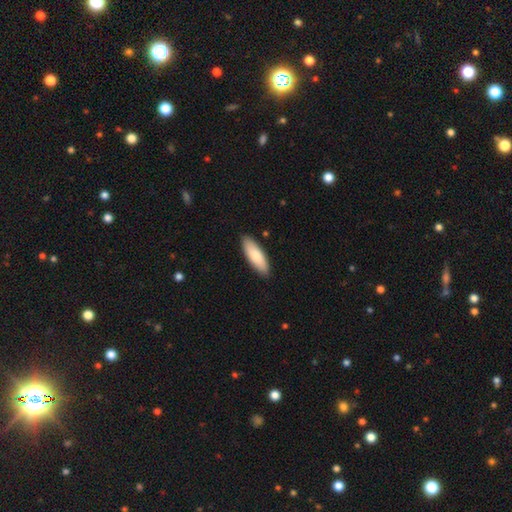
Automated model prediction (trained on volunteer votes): Smooth or featured: smooth — 82% (featured or disk — 12%)
How rounded: in between — 61% (cigar-shaped — 38%)
Merging: none — 89% (minor disturbance — 9%)